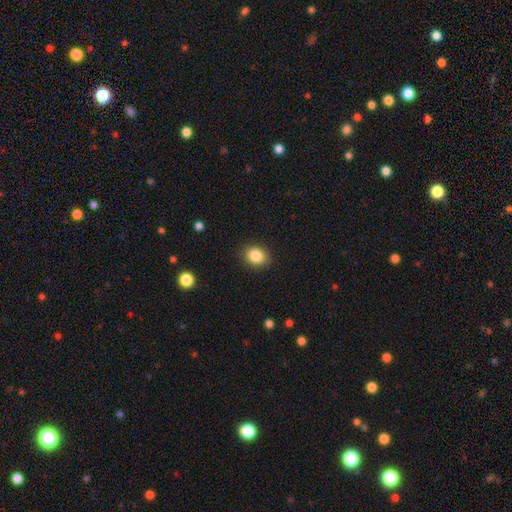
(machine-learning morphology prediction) Overall: smooth (86%). How rounded: in between (50%; round 49%). Merging: none (88%).